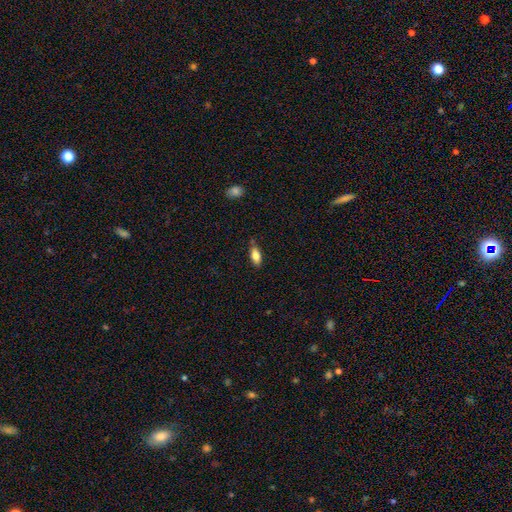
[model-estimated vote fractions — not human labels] Smooth or featured: smooth — 78% (featured or disk — 15%)
How rounded: in between — 83% (cigar-shaped — 15%)
Merging: none — 80% (minor disturbance — 14%)